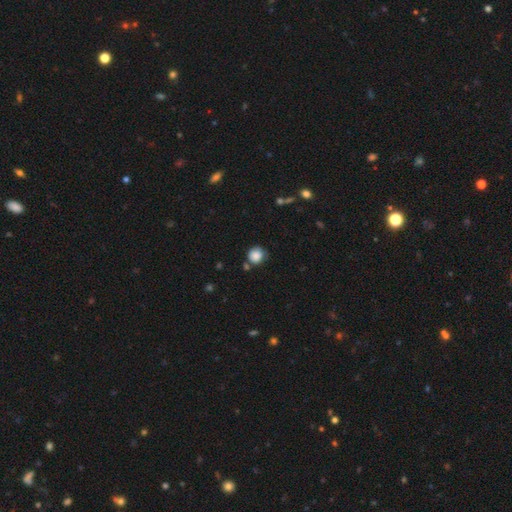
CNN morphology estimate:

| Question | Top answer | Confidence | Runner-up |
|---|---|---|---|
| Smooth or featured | smooth | 85% | star or artifact (9%) |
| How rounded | round | 89% | in between (10%) |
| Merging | none | 67% | minor disturbance (20%) |